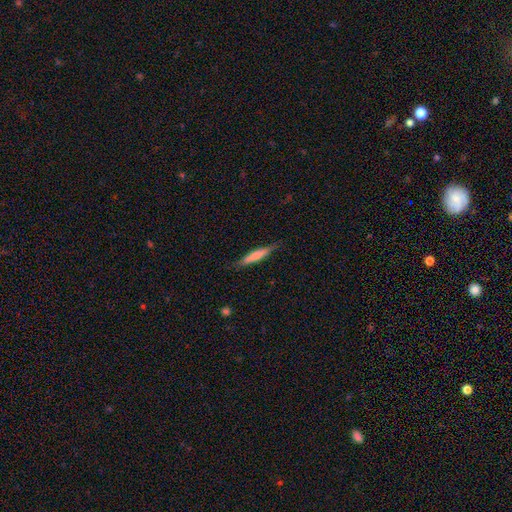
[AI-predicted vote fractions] Smooth or featured? Predicted: smooth (p=0.67). How rounded? Predicted: cigar-shaped (p=0.91). Merging? Predicted: none (p=0.84).